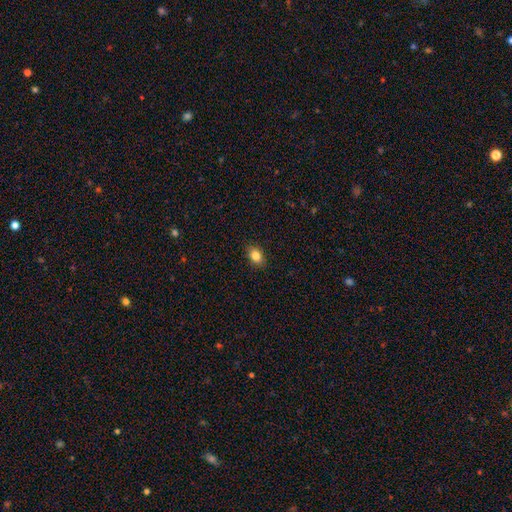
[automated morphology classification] smooth-or-featured: smooth: 85% | star or artifact: 9% | featured or disk: 6%
  how-rounded: in between: 76% | round: 23% | cigar-shaped: 1%
  merging: none: 88% | minor disturbance: 9% | major disturbance: 2% | merger: 1%